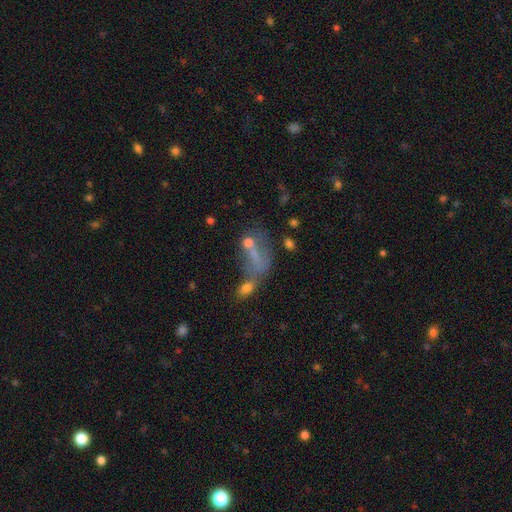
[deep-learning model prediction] Smooth or featured? Predicted: smooth (p=0.44). Merging? Predicted: merger (p=0.37).